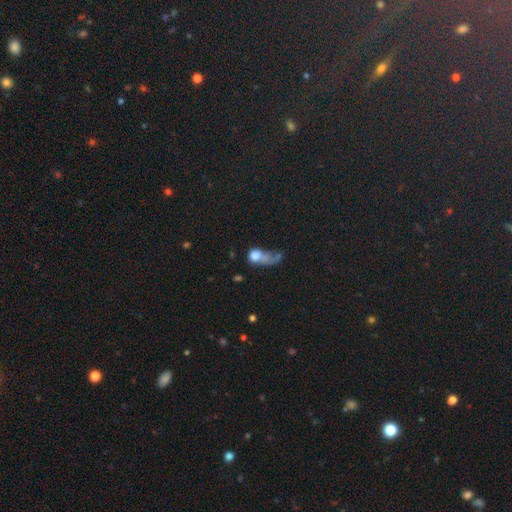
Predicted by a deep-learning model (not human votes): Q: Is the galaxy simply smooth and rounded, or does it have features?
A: smooth — 65%.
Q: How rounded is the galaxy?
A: in between — 51%.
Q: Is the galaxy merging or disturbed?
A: major disturbance — 47%.